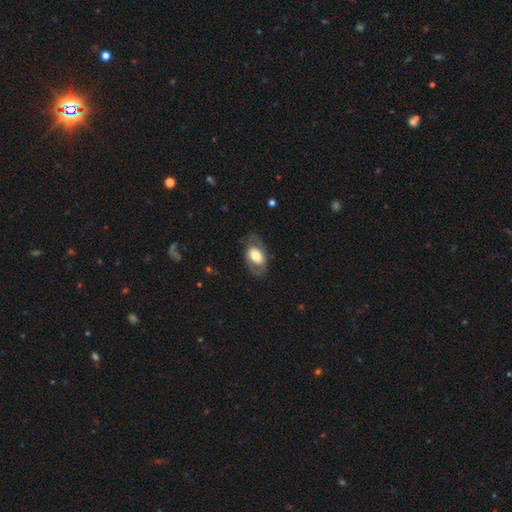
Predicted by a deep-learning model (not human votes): Smooth or featured: smooth — 51% (featured or disk — 42%)
How rounded: in between — 86% (round — 13%)
Merging: none — 70% (minor disturbance — 17%)